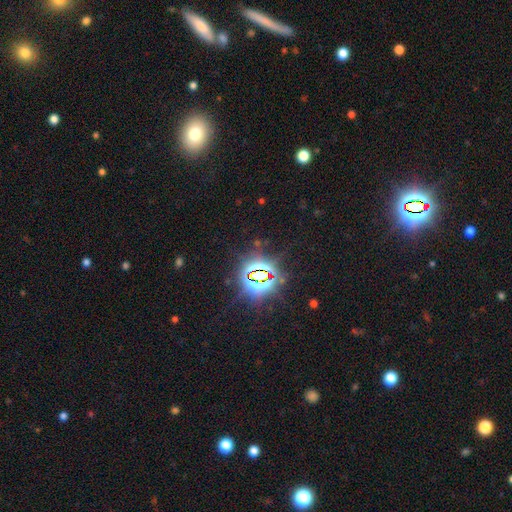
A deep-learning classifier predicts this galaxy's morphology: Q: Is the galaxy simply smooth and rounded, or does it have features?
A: star or artifact — 83%.